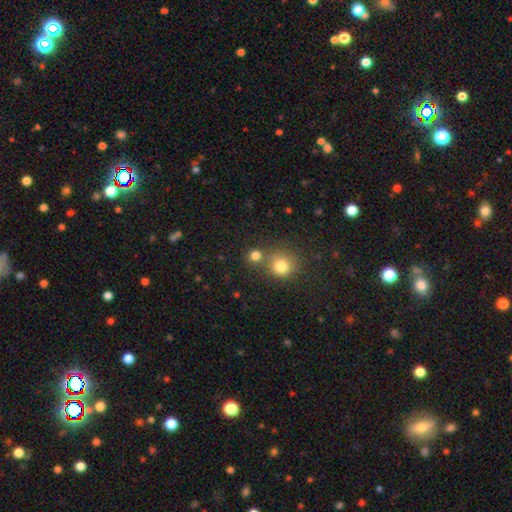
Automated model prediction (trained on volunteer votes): Smooth or featured: smooth — 79% (star or artifact — 15%)
How rounded: round — 87% (in between — 11%)
Merging: none — 64% (merger — 26%)